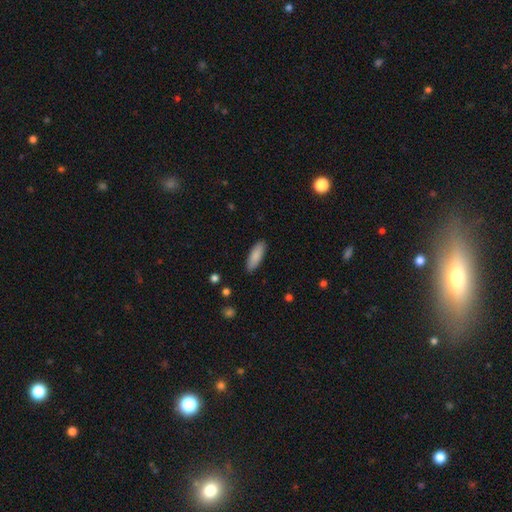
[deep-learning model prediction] Overall: smooth (88%). How rounded: in between (57%; cigar-shaped 41%). Merging: none (89%).